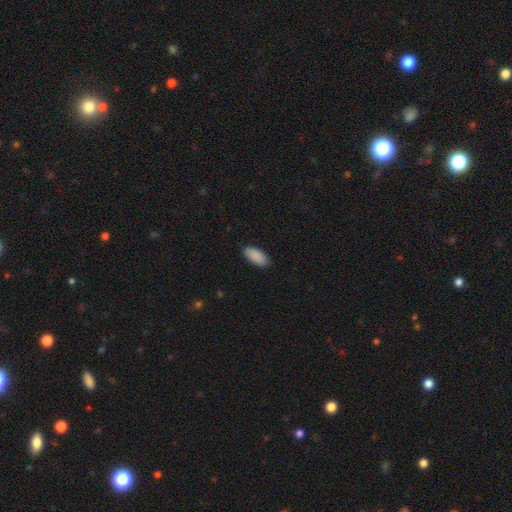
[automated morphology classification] This appears to be a smooth galaxy with no disk features (91%) that is in between round and cigar-shaped (90%). Merging: none (89%).